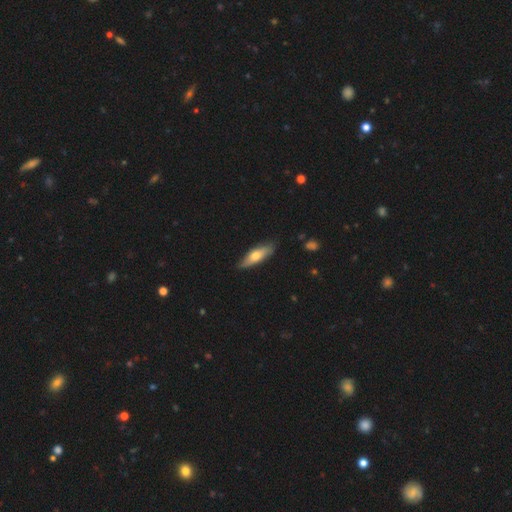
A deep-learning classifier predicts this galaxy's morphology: The model was most divided on "how rounded": cigar-shaped: 52%, in between: 46%, round: 2%. More confident: merging — none (82%); smooth or featured — smooth (59%).